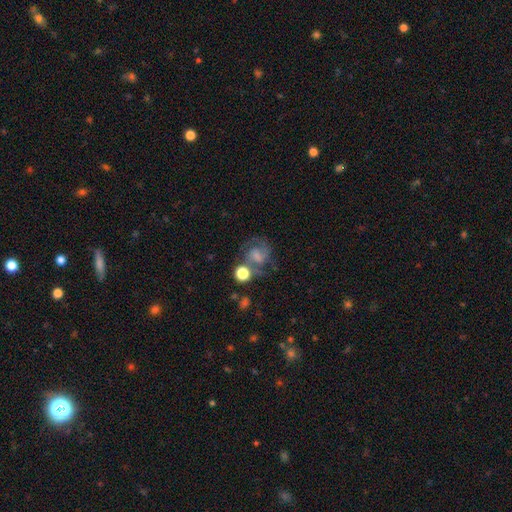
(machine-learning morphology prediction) Smooth or featured?
  - featured or disk: 65% *
  - smooth: 23%
  - star or artifact: 12%
Edge-on disk?
  - no: 98% *
  - yes: 2%
Bar?
  - weak: 45% *
  - no: 41%
  - strong: 14%
Spiral arms?
  - yes: 91% *
  - no: 9%
Spiral winding?
  - medium: 53% *
  - tight: 28%
  - loose: 19%
Spiral arm count?
  - 2: 79% *
  - can't tell: 9%
  - 1: 5%
  - 3: 4%
  - 4: 1%
  - more than 4: 1%
Bulge size?
  - small: 33% *
  - none: 29%
  - moderate: 26%
  - large: 9%
  - dominant: 2%
Merging?
  - none: 54% *
  - minor disturbance: 17%
  - merger: 15%
  - major disturbance: 13%